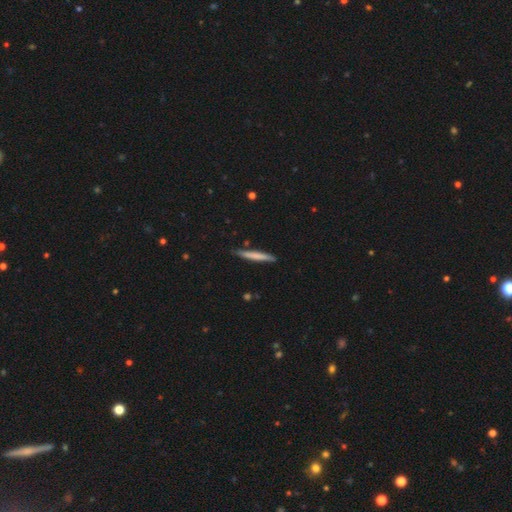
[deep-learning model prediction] Smooth or featured?
  - smooth: 70% *
  - featured or disk: 25%
  - star or artifact: 5%
How rounded?
  - cigar-shaped: 96% *
  - in between: 3%
  - round: 1%
Merging?
  - none: 85% *
  - minor disturbance: 11%
  - merger: 2%
  - major disturbance: 2%